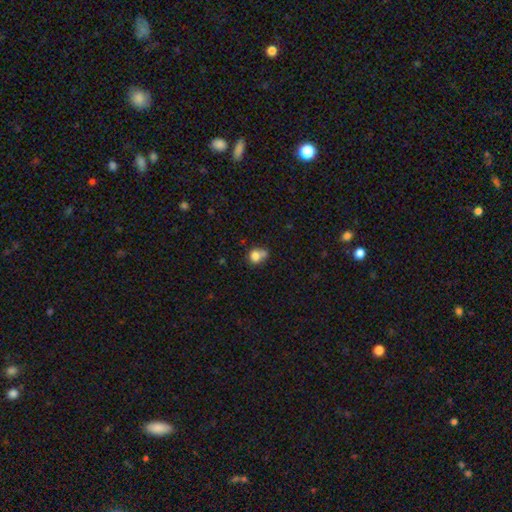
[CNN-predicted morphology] Overall: smooth (78%). How rounded: round (65%; in between 34%). Merging: merger (38%; none 37%).